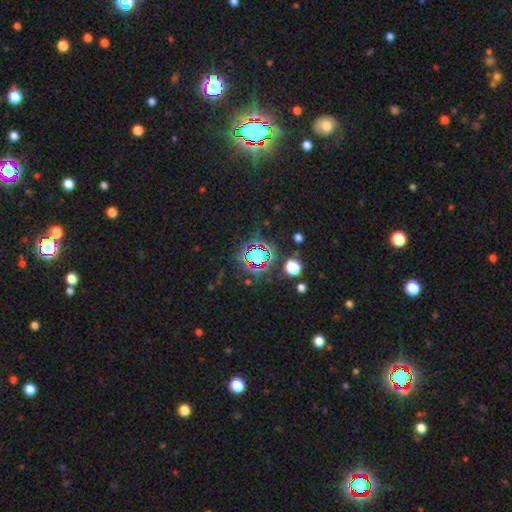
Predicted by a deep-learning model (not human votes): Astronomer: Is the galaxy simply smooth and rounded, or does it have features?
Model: star or artifact — 68%.